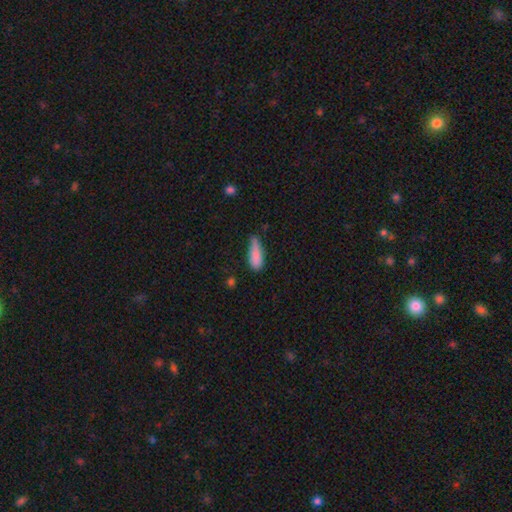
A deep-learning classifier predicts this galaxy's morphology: This appears to be a smooth galaxy with no disk features (84%) that is in between round and cigar-shaped (57%). Merging: minor disturbance (44%).